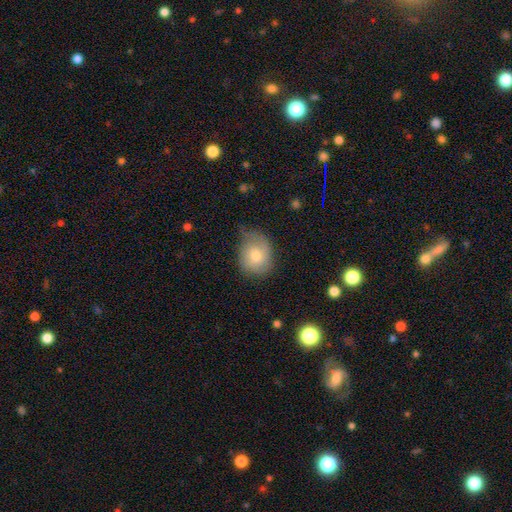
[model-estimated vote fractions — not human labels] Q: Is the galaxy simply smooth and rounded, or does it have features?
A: smooth — 73%.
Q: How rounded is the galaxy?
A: round — 55%.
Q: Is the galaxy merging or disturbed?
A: none — 43%.